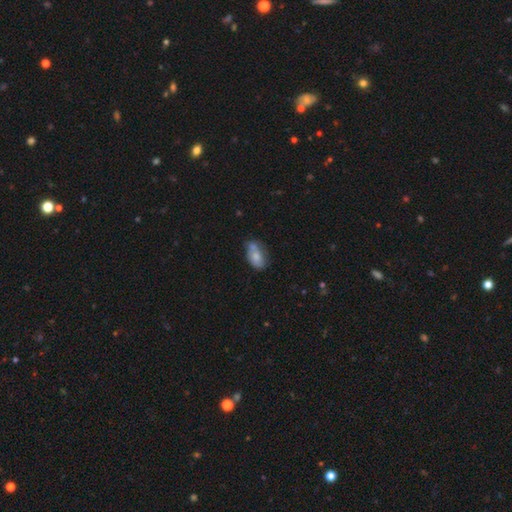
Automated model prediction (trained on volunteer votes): Overall: smooth (70%). How rounded: in between (89%). Merging: none (40%; minor disturbance 27%).